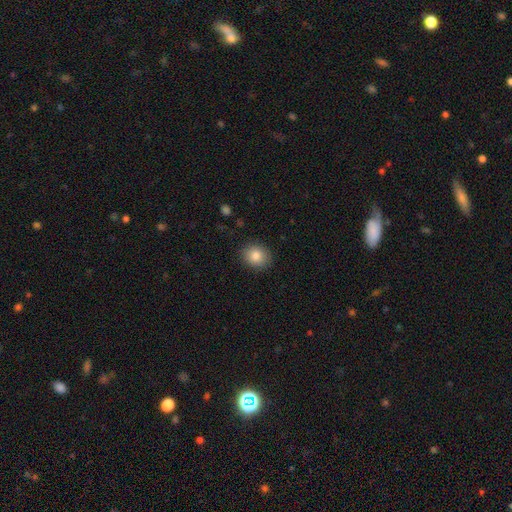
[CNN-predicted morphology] Smooth or featured?
  - smooth: 84% *
  - star or artifact: 9%
  - featured or disk: 7%
How rounded?
  - round: 67% *
  - in between: 32%
  - cigar-shaped: 1%
Merging?
  - none: 88% *
  - minor disturbance: 8%
  - major disturbance: 2%
  - merger: 1%